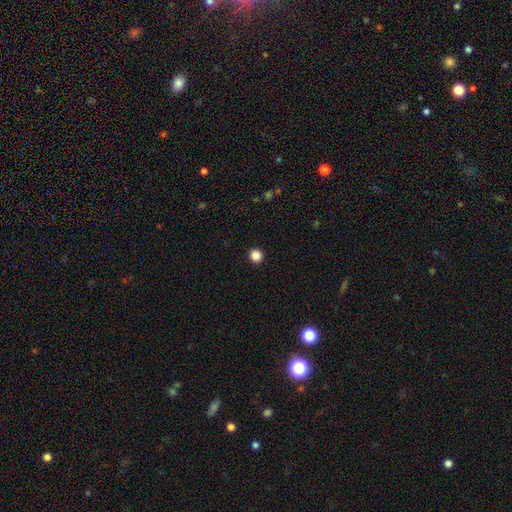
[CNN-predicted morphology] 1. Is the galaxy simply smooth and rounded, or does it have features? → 86% smooth, 11% star or artifact, 3% featured or disk.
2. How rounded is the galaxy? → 95% round, 4% in between, 1% cigar-shaped.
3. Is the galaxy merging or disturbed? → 94% none, 4% minor disturbance, 1% major disturbance, 1% merger.